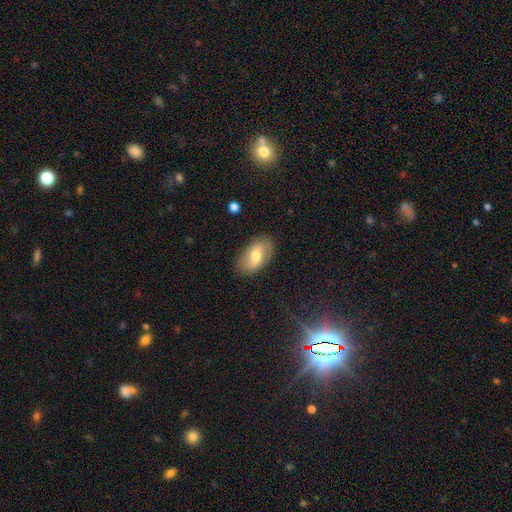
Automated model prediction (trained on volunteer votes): smooth-or-featured: smooth: 55% | featured or disk: 38% | star or artifact: 7%
  how-rounded: in between: 92% | round: 5% | cigar-shaped: 3%
  merging: none: 84% | minor disturbance: 12% | major disturbance: 3% | merger: 1%